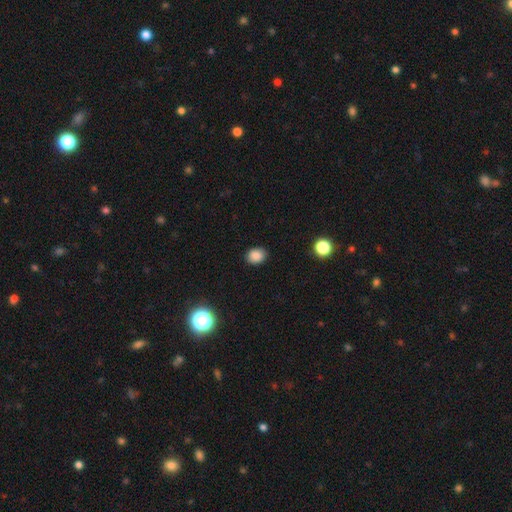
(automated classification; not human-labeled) The model was most divided on "how rounded": in between: 53%, round: 46%, cigar-shaped: 1%. More confident: merging — none (88%); smooth or featured — smooth (86%).